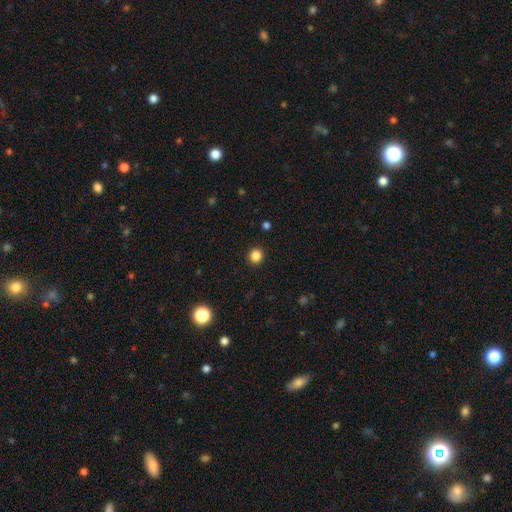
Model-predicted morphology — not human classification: This appears to be a smooth galaxy with no disk features (85%) that is round (90%). Merging: none (93%).